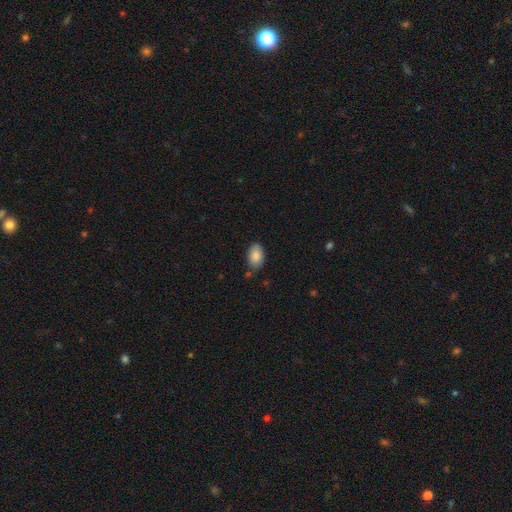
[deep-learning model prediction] Overall: smooth (85%). How rounded: in between (91%). Merging: none (77%).